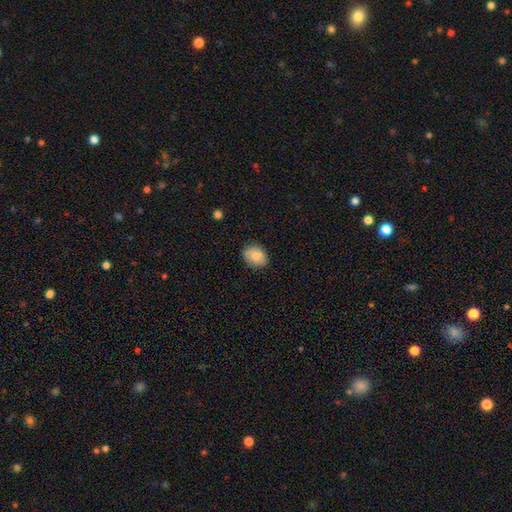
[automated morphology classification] Overall: smooth (83%). How rounded: in between (57%; round 42%). Merging: none (84%).